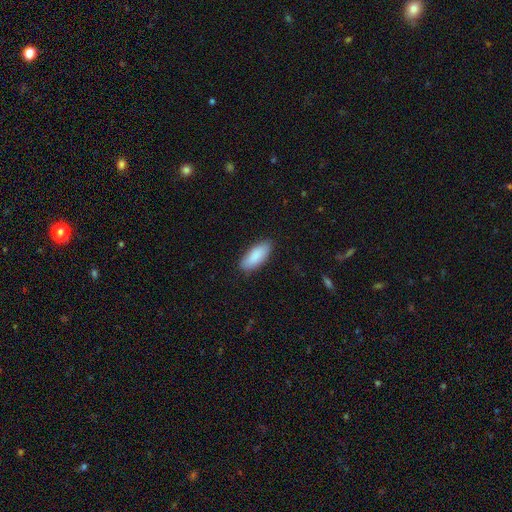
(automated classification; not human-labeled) A smooth galaxy with no disk features (88%) that is in between round and cigar-shaped (80%).

Vote fractions:
- Smooth or featured? smooth: 88% / featured or disk: 6% / star or artifact: 5%
- How rounded? in between: 80% / cigar-shaped: 18% / round: 2%
- Merging? none: 86% / minor disturbance: 10% / major disturbance: 2% / merger: 1%